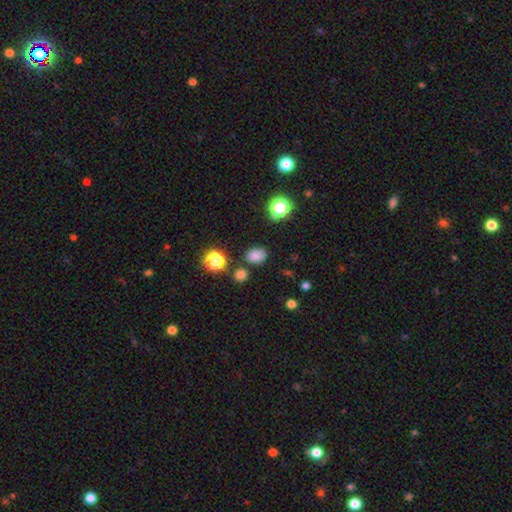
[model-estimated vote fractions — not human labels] The model was most divided on "how rounded": in between: 61%, round: 38%, cigar-shaped: 1%. More confident: smooth or featured — smooth (79%); merging — none (78%).